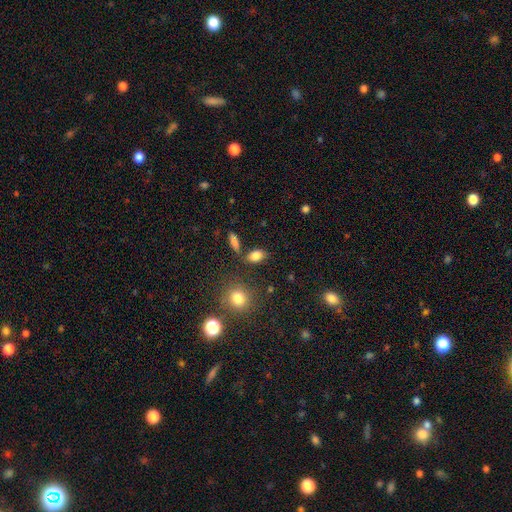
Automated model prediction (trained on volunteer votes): Smooth or featured?
  - smooth: 83% *
  - star or artifact: 11%
  - featured or disk: 6%
How rounded?
  - in between: 82% *
  - round: 13%
  - cigar-shaped: 4%
Merging?
  - none: 76% *
  - minor disturbance: 12%
  - merger: 9%
  - major disturbance: 4%